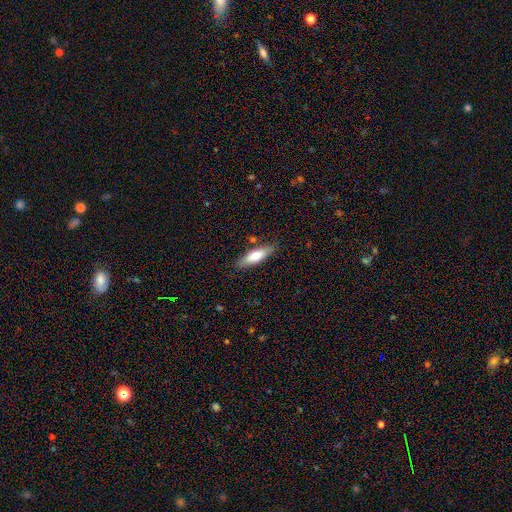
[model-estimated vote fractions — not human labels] smooth-or-featured: smooth: 66% | featured or disk: 28% | star or artifact: 6%
  how-rounded: cigar-shaped: 53% | in between: 45% | round: 2%
  merging: none: 83% | minor disturbance: 12% | merger: 3% | major disturbance: 2%